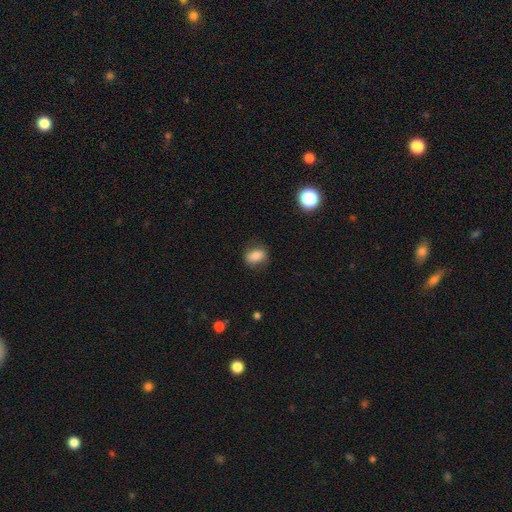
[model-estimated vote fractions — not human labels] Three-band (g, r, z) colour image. It shows a smooth galaxy with no disk features (81%) that is in between round and cigar-shaped (74%). Merging: none (78%).